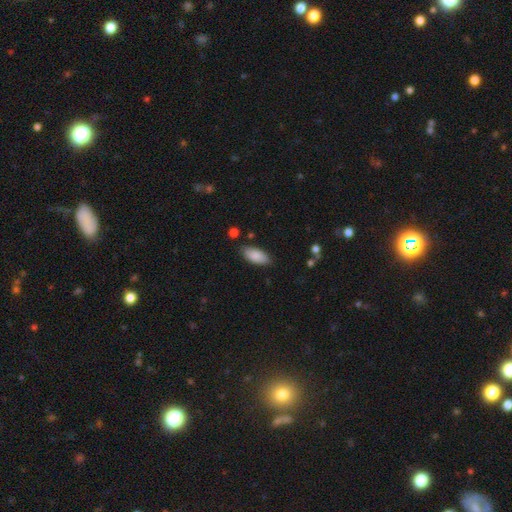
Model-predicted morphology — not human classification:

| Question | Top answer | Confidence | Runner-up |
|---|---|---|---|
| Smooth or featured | smooth | 86% | featured or disk (8%) |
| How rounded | in between | 89% | cigar-shaped (10%) |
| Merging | none | 84% | minor disturbance (12%) |